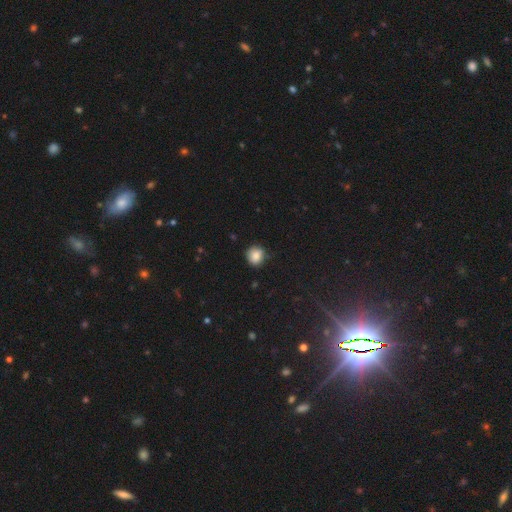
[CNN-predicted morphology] smooth-or-featured: smooth: 84% | star or artifact: 10% | featured or disk: 6%
  how-rounded: round: 85% | in between: 14% | cigar-shaped: 1%
  merging: none: 76% | minor disturbance: 19% | major disturbance: 3% | merger: 2%